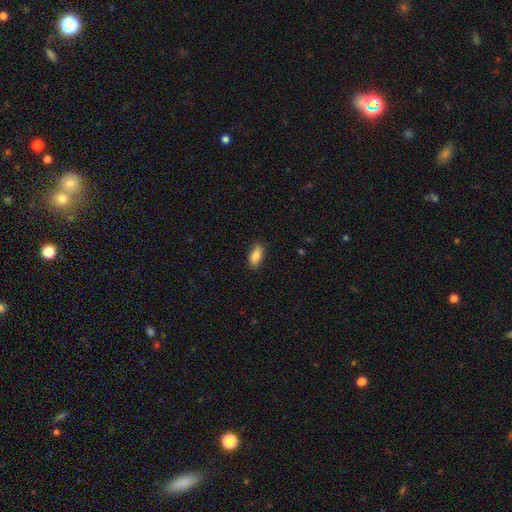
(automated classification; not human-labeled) The model was most divided on "how rounded": in between: 85%, cigar-shaped: 13%, round: 3%. More confident: merging — none (86%); smooth or featured — smooth (85%).